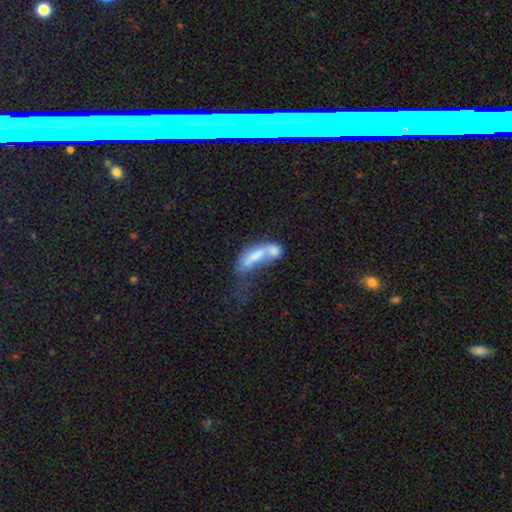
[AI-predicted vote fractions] Smooth or featured: smooth — 55% (featured or disk — 35%)
How rounded: in between — 61% (cigar-shaped — 34%)
Merging: merger — 55% (major disturbance — 23%)